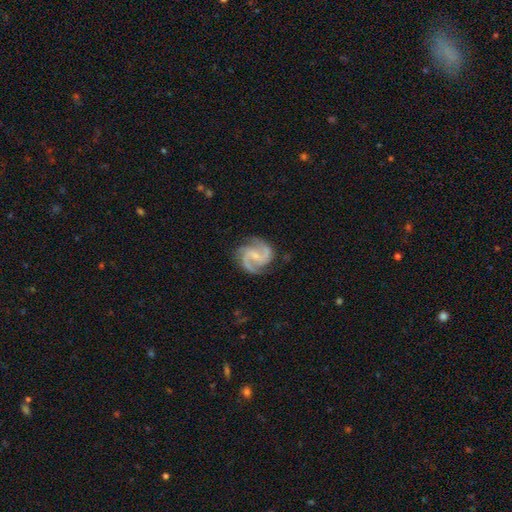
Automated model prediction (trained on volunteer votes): Smooth or featured? Predicted: featured or disk (p=0.92). Edge-on disk? Predicted: no (p=0.98). Bar? Predicted: weak (p=0.48). Spiral arms? Predicted: yes (p=0.98). Spiral winding? Predicted: medium (p=0.61). Spiral arm count? Predicted: 2 (p=0.66). Bulge size? Predicted: small (p=0.56). Merging? Predicted: none (p=0.79).